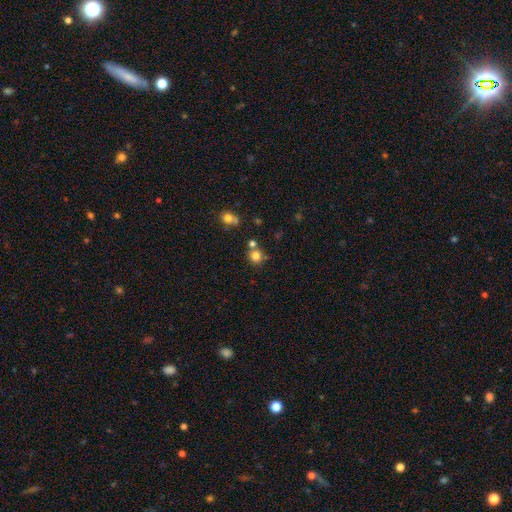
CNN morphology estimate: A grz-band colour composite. It shows a smooth galaxy with no disk features (79%) that is round (90%). Merging: none (67%).